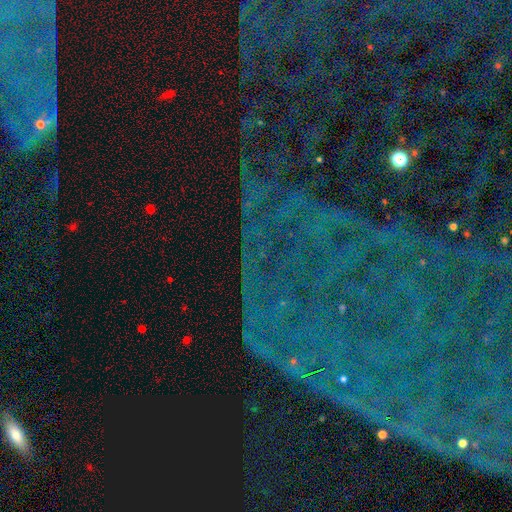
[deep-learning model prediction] Smooth or featured: star or artifact — 86% (featured or disk — 7%)